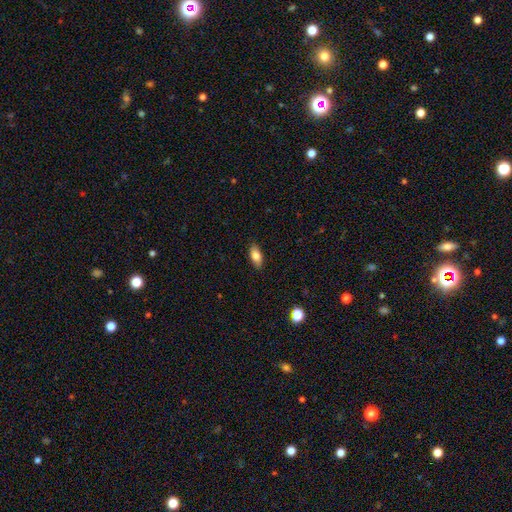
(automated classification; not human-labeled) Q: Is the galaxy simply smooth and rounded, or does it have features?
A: smooth — 82%.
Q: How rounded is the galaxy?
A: in between — 87%.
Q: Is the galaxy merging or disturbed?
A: none — 87%.